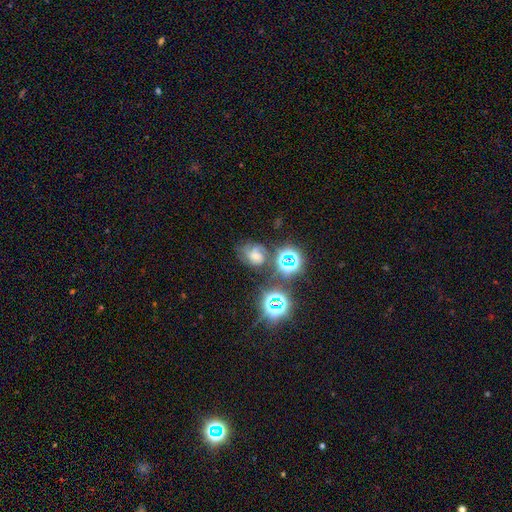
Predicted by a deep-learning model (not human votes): smooth-or-featured: featured or disk: 44% | star or artifact: 29% | smooth: 27%
  merging: none: 51% | minor disturbance: 22% | major disturbance: 17% | merger: 10%